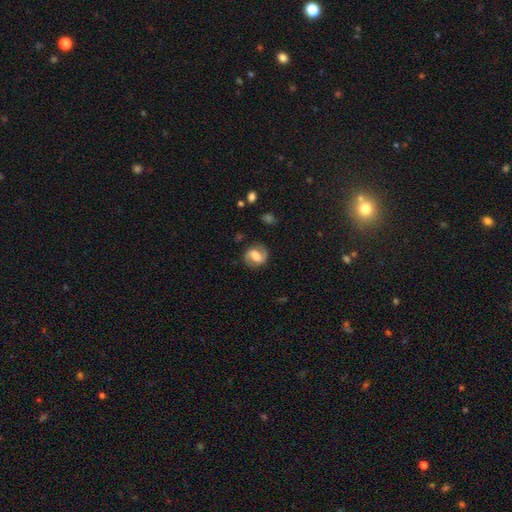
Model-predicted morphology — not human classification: Smooth or featured? Predicted: featured or disk (p=0.66). Edge-on disk? Predicted: no (p=0.97). Bar? Predicted: weak (p=0.44). Spiral arms? Predicted: yes (p=0.89). Spiral winding? Predicted: medium (p=0.45). Spiral arm count? Predicted: 2 (p=0.89). Bulge size? Predicted: moderate (p=0.45). Merging? Predicted: none (p=0.80).